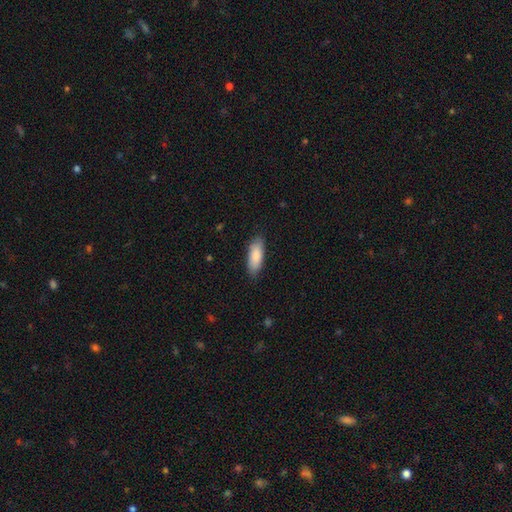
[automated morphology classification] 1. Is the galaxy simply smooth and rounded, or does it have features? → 88% smooth, 7% featured or disk, 6% star or artifact.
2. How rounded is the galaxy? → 74% in between, 24% cigar-shaped, 2% round.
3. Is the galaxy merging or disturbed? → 84% none, 12% minor disturbance, 2% major disturbance, 1% merger.